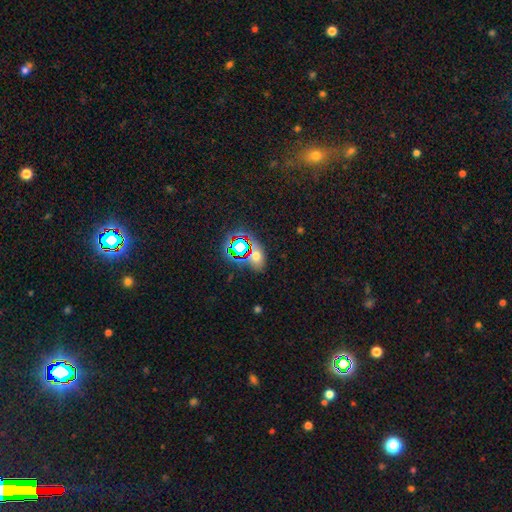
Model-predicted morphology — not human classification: The model was most divided on "smooth or featured": smooth: 51%, star or artifact: 37%, featured or disk: 12%. More confident: how rounded — in between (69%); merging — none (68%).